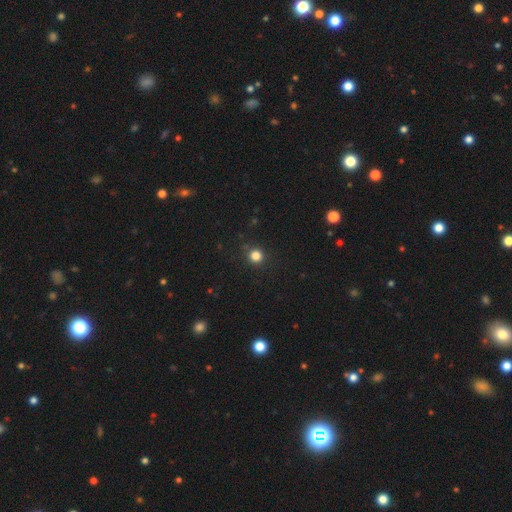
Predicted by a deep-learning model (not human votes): Smooth or featured? smooth (82%)
How rounded? round (94%)
Merging? none (90%)